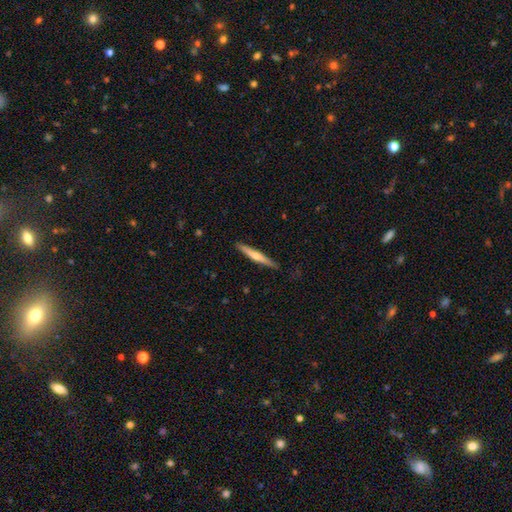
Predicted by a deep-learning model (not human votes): smooth_or_featured: featured or disk (p=0.50) [alt: smooth p=0.44]
disk_edge_on: yes (p=0.96) [alt: no p=0.04]
merging: none (p=0.87) [alt: minor disturbance p=0.10]